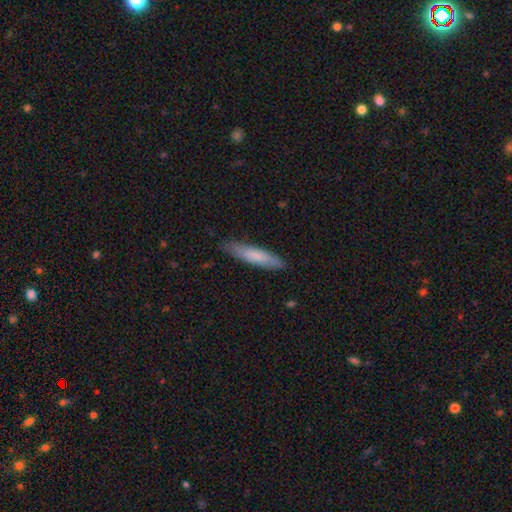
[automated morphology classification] This is likely a smooth galaxy (75%). How rounded: clearly cigar-shaped (84%). Merging: clearly none (84%).